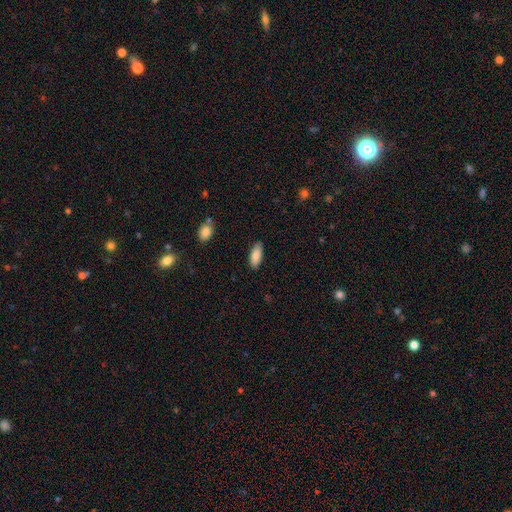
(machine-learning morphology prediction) A smooth galaxy with no disk features (86%) that is in between round and cigar-shaped (81%). Merging: none (86%).